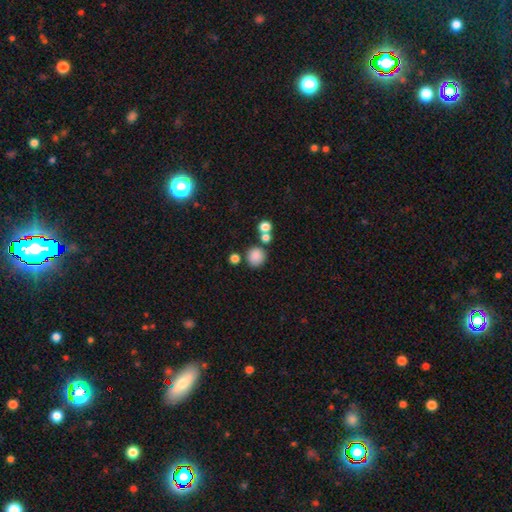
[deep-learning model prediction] This is clearly a smooth galaxy (83%). How rounded: clearly round (86%). Merging: likely none (69%).